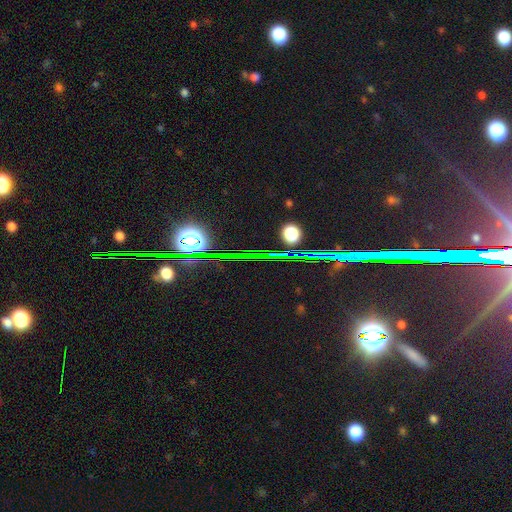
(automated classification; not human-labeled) smooth_or_featured: star or artifact (p=0.71) [alt: featured or disk p=0.15]